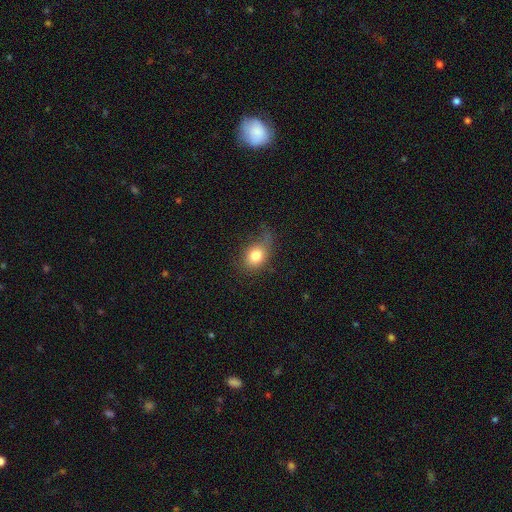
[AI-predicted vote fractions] Smooth or featured? Predicted: smooth (p=0.78). How rounded? Predicted: in between (p=0.53). Merging? Predicted: none (p=0.46).